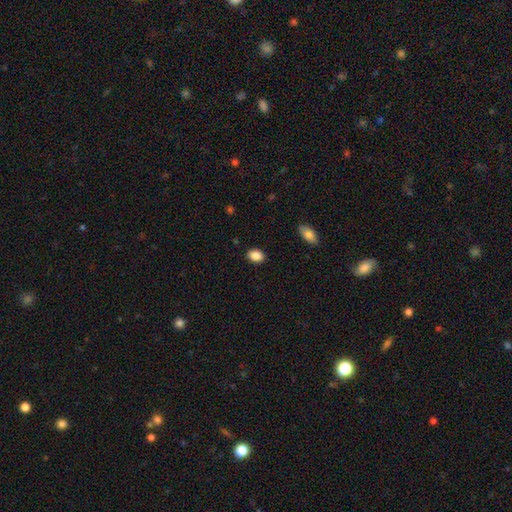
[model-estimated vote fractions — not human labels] Smooth or featured: smooth — 87% (star or artifact — 8%)
How rounded: in between — 74% (round — 25%)
Merging: none — 89% (minor disturbance — 8%)